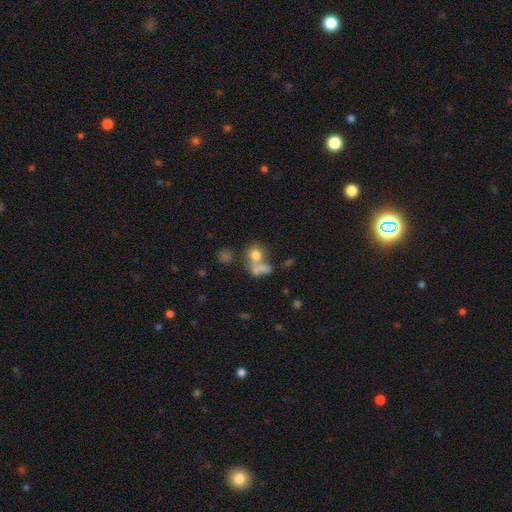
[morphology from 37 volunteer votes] Q: Smooth or featured?
A: smooth (86%); runner-up: featured or disk (8%)
Q: How rounded?
A: round (84%); runner-up: in between (16%)
Q: Merging?
A: none (43%); tied with: merger (43%)